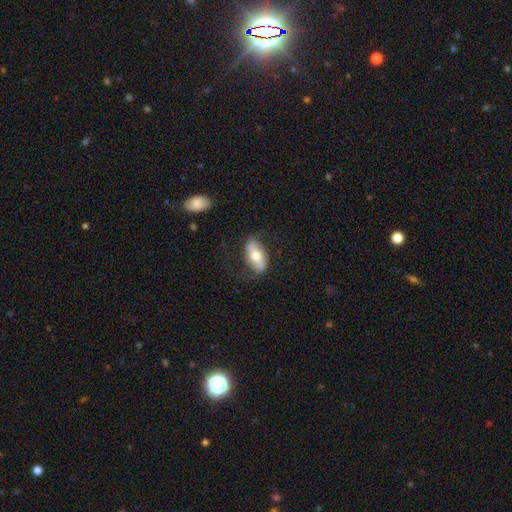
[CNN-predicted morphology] A smooth galaxy with no disk features (54%) that is in between round and cigar-shaped (89%). Merging: none (72%).